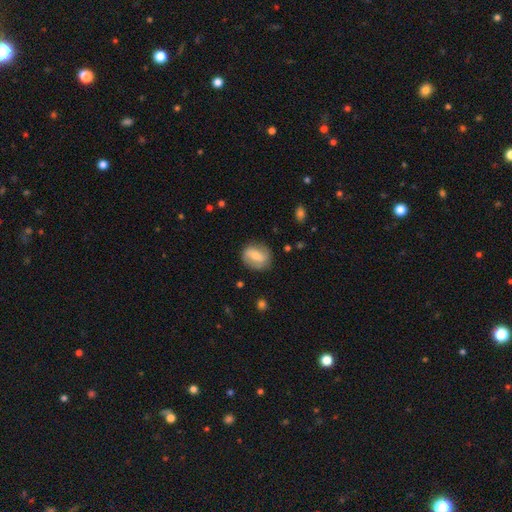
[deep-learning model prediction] Q: Smooth or featured?
A: smooth (49%); runner-up: featured or disk (44%)
Q: Merging?
A: none (79%); runner-up: minor disturbance (15%)